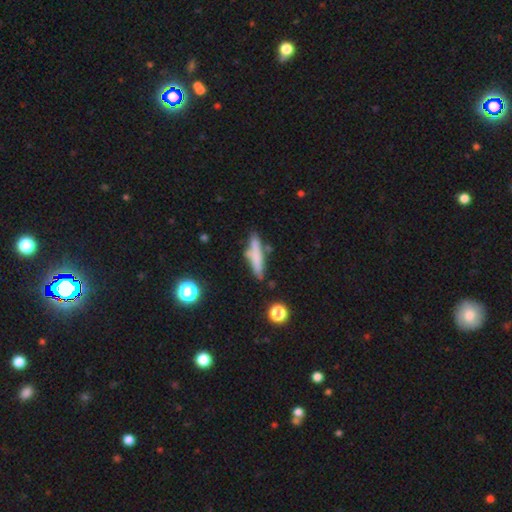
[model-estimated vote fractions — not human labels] A smooth galaxy with no disk features (63%) that is cigar-shaped (85%).

Vote fractions:
- Smooth or featured? smooth: 63% / featured or disk: 28% / star or artifact: 9%
- How rounded? cigar-shaped: 85% / in between: 13% / round: 2%
- Merging? none: 68% / minor disturbance: 17% / merger: 10% / major disturbance: 5%